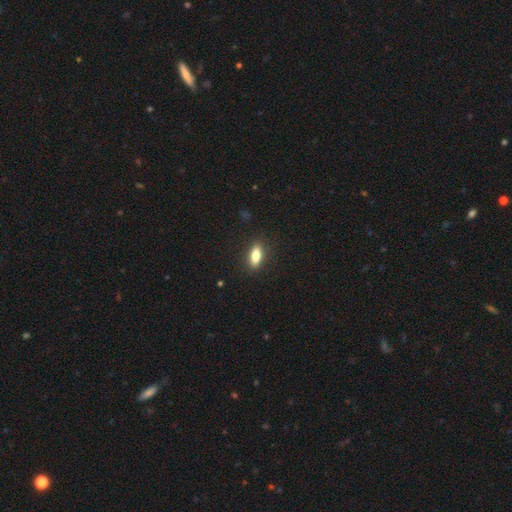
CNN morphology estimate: smooth 75%, featured or disk 18%, star or artifact 8%. Down the decision tree: how rounded — in between (69%); merging — none (88%).